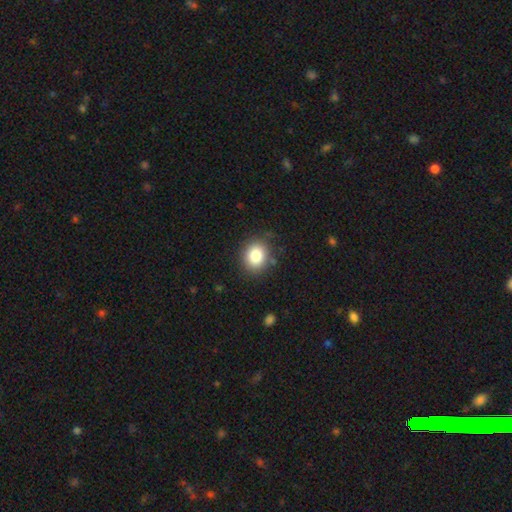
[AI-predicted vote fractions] smooth-or-featured: smooth: 84% | star or artifact: 10% | featured or disk: 7%
  how-rounded: round: 61% | in between: 38% | cigar-shaped: 1%
  merging: none: 84% | minor disturbance: 11% | major disturbance: 3% | merger: 2%